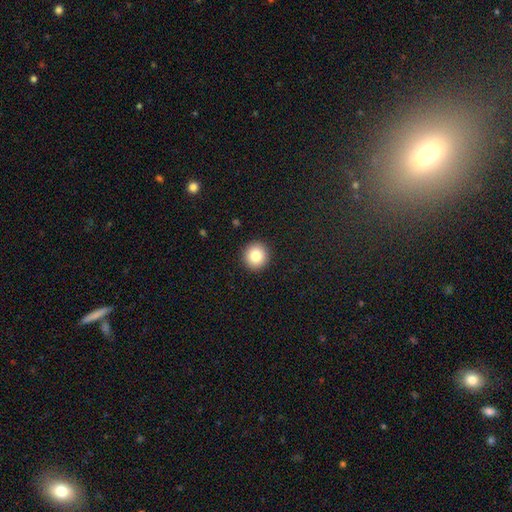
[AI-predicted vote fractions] A smooth galaxy with no disk features (84%) that is round (92%).

Vote fractions:
- Smooth or featured? smooth: 84% / star or artifact: 9% / featured or disk: 7%
- How rounded? round: 92% / in between: 7% / cigar-shaped: 1%
- Merging? none: 93% / minor disturbance: 5% / major disturbance: 2% / merger: 1%